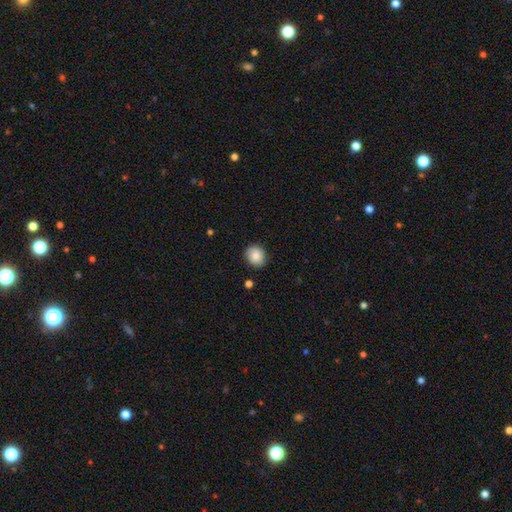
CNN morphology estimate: type=smooth (85%); roundness=round (70%); merging=none (86%).